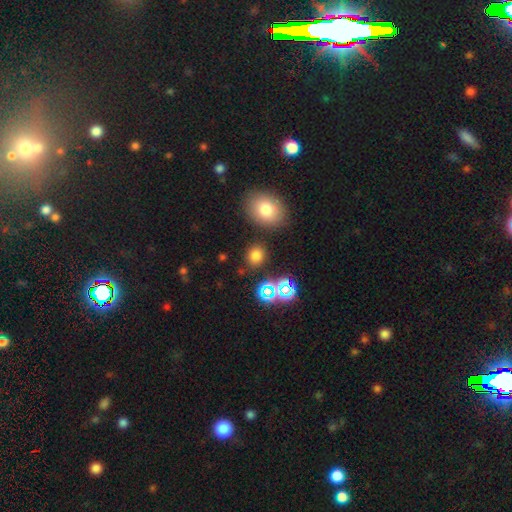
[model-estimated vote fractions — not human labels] Smooth or featured? Predicted: smooth (p=0.72). How rounded? Predicted: round (p=0.70). Merging? Predicted: none (p=0.84).